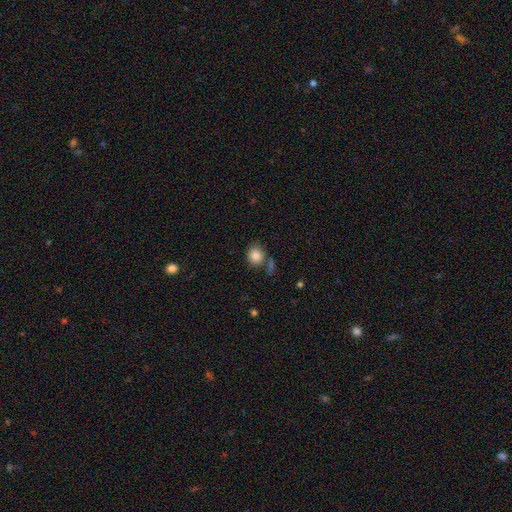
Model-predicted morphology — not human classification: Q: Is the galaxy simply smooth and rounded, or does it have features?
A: smooth — 85%.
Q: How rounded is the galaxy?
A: round — 73%.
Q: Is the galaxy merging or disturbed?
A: none — 64%.